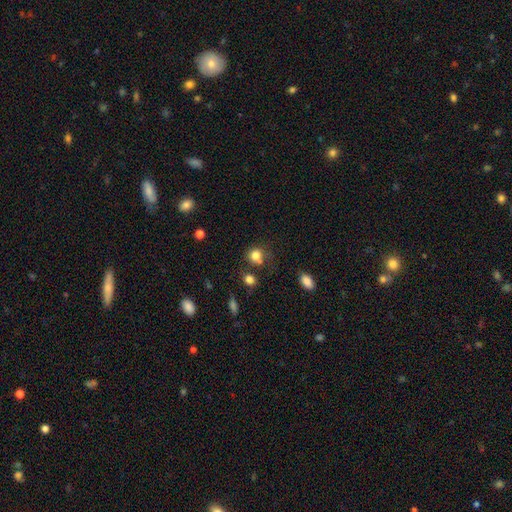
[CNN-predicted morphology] Smooth or featured? smooth (81%)
How rounded? round (79%)
Merging? none (60%)